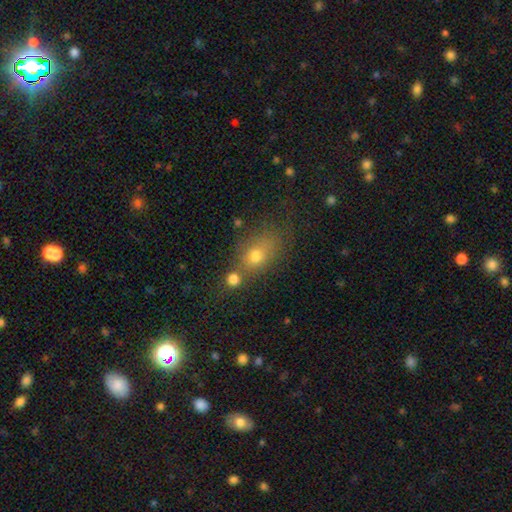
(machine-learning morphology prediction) Overall: smooth (71%). How rounded: in between (62%; round 35%). Merging: none (51%; merger 25%).